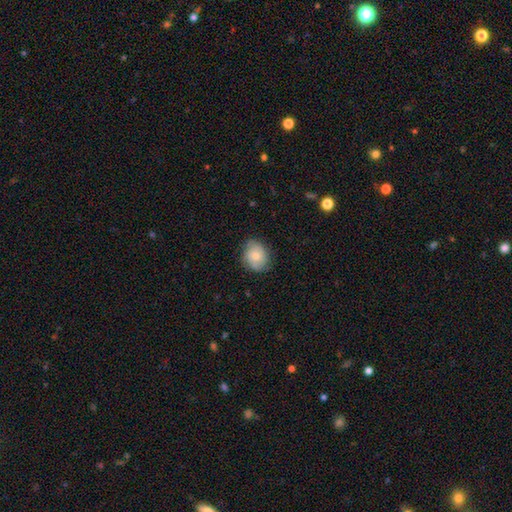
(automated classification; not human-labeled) A smooth galaxy with no disk features (64%) that is round (58%). Merging: none (78%).